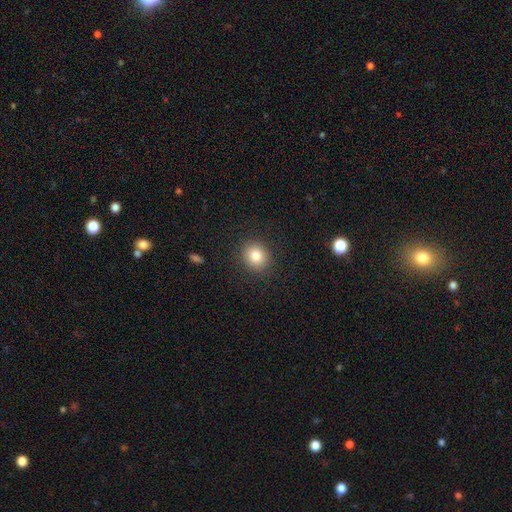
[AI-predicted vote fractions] A smooth galaxy with no disk features (83%) that is round (73%). Merging: none (89%).